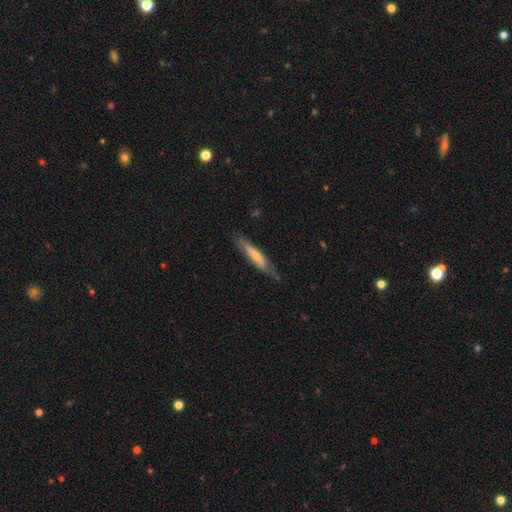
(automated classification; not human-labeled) Smooth or featured?
  - smooth: 52% *
  - featured or disk: 42%
  - star or artifact: 5%
How rounded?
  - cigar-shaped: 86% *
  - in between: 13%
  - round: 1%
Merging?
  - none: 74% *
  - minor disturbance: 20%
  - major disturbance: 4%
  - merger: 2%